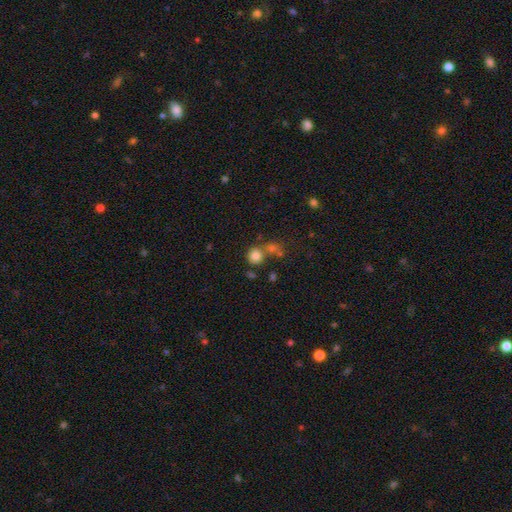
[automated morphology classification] smooth-or-featured: smooth: 79% | star or artifact: 14% | featured or disk: 7%
  how-rounded: round: 90% | in between: 9% | cigar-shaped: 1%
  merging: none: 64% | merger: 22% | minor disturbance: 9% | major disturbance: 4%